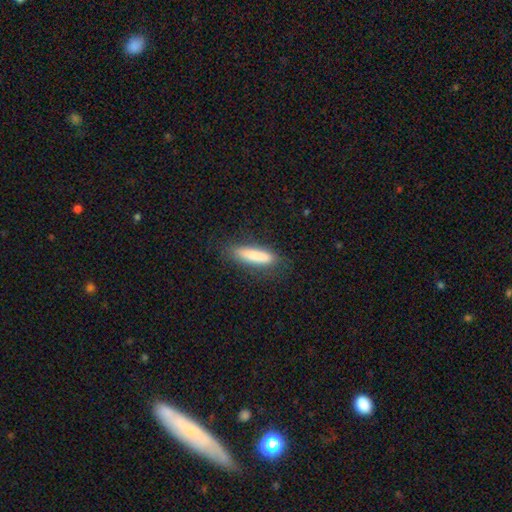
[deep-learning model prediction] Smooth or featured? Predicted: smooth (p=0.80). How rounded? Predicted: cigar-shaped (p=0.74). Merging? Predicted: none (p=0.80).